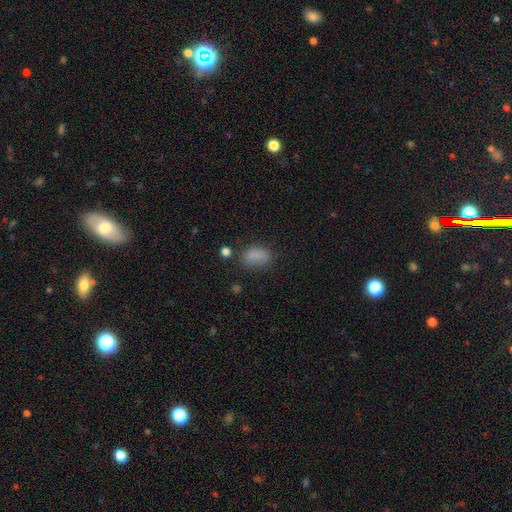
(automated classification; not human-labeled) A smooth galaxy with no disk features (83%) that is in between round and cigar-shaped (86%). Merging: none (69%).